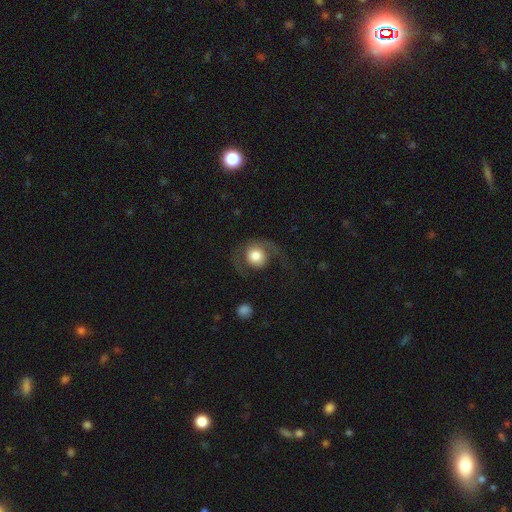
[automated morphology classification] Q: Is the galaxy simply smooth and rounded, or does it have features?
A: smooth — 50%.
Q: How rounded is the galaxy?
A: round — 83%.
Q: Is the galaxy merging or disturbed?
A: none — 46%.